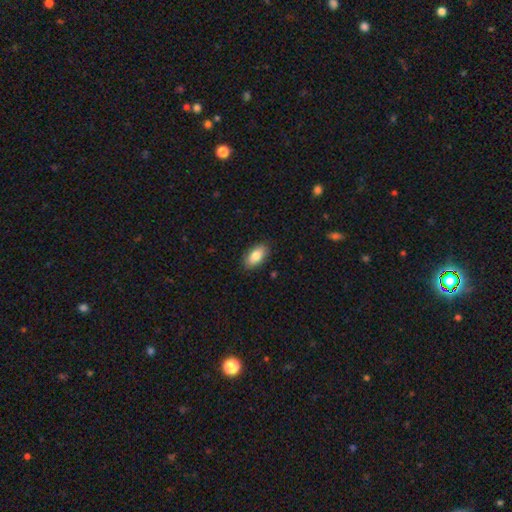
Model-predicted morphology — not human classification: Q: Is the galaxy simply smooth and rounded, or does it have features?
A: smooth — 82%.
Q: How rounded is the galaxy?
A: in between — 91%.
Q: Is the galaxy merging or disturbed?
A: none — 88%.